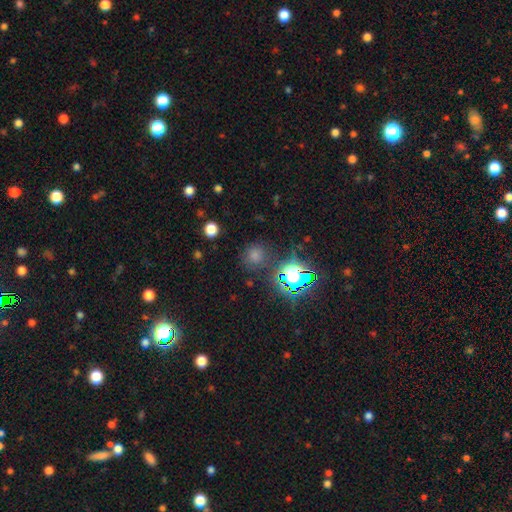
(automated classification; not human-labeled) smooth-or-featured: smooth: 63% | star or artifact: 30% | featured or disk: 7%
  how-rounded: round: 87% | in between: 12% | cigar-shaped: 1%
  merging: none: 79% | minor disturbance: 12% | major disturbance: 6% | merger: 3%